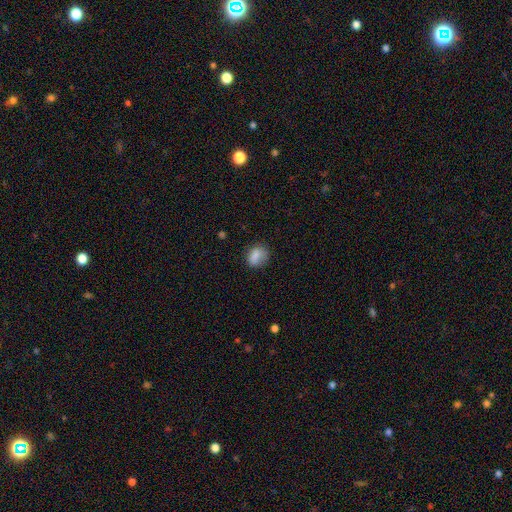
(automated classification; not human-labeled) A smooth galaxy with no disk features (83%) that is in between round and cigar-shaped (51%).

Vote fractions:
- Smooth or featured? smooth: 83% / star or artifact: 9% / featured or disk: 8%
- How rounded? in between: 51% / round: 47% / cigar-shaped: 2%
- Merging? none: 69% / minor disturbance: 22% / major disturbance: 7% / merger: 2%